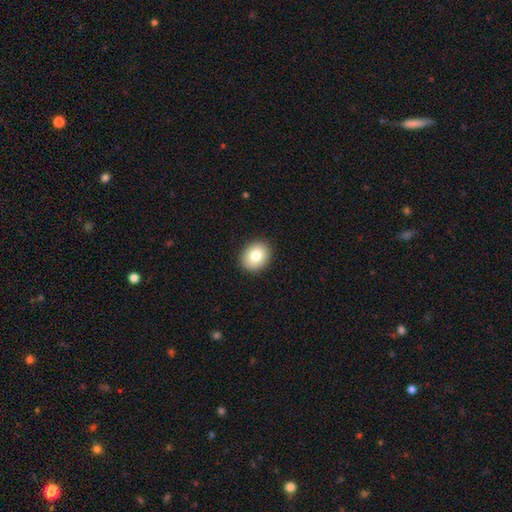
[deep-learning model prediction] Morphology: type=smooth (82%); roundness=round (58%); merging=none (91%).